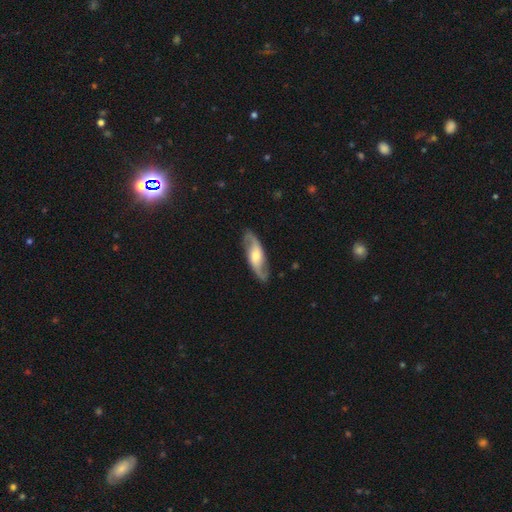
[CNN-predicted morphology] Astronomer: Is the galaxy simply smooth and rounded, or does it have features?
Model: featured or disk — 78%.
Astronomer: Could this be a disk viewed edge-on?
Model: no — 85%.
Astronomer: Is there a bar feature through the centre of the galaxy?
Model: no — 50% (runner-up: weak, 37%).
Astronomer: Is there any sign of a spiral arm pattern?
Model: yes — 93%.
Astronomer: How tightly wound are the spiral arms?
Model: loose — 47% (runner-up: medium, 38%).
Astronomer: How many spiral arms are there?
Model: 2 — 91%.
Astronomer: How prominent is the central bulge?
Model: moderate — 62%.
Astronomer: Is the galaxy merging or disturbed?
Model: none — 85%.